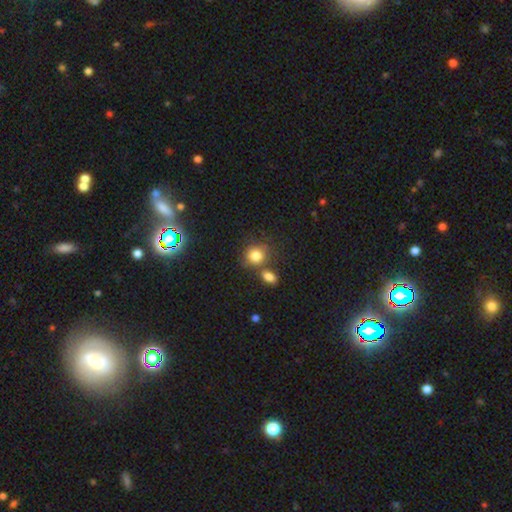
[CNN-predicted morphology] Smooth or featured? smooth (81%)
How rounded? round (76%)
Merging? none (57%)